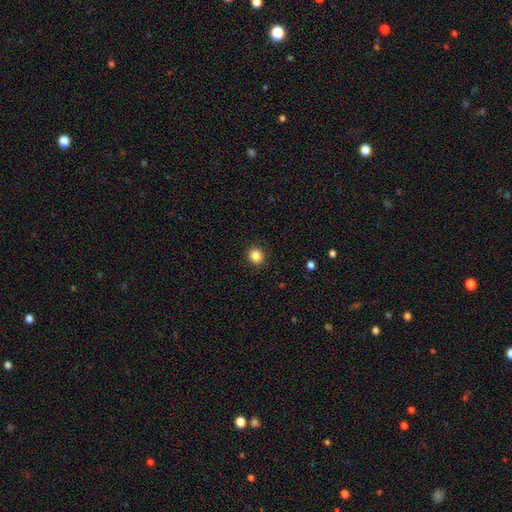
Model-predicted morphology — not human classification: smooth_or_featured: smooth (p=0.85) [alt: star or artifact p=0.10]
how_rounded: round (p=0.86) [alt: in between p=0.13]
merging: none (p=0.91) [alt: minor disturbance p=0.06]